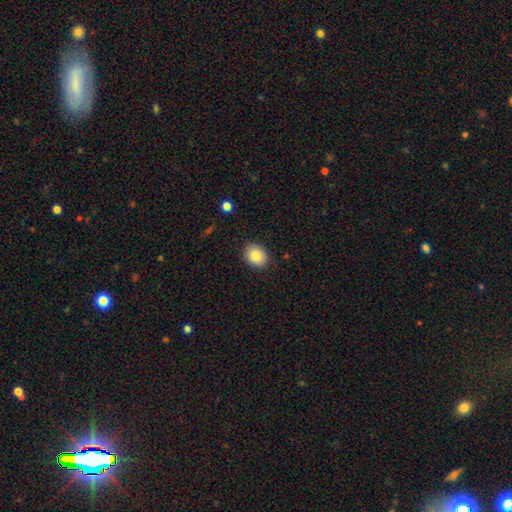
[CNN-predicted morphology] smooth 86%, star or artifact 8%, featured or disk 5%. Down the decision tree: how rounded — in between (53%); merging — none (87%).